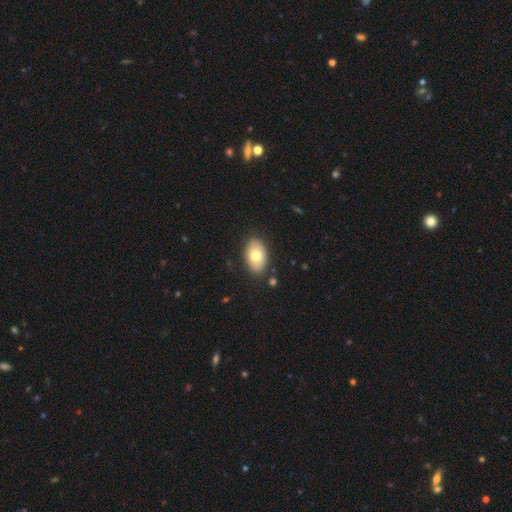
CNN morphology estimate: Smooth or featured? smooth (74%)
How rounded? in between (91%)
Merging? none (86%)